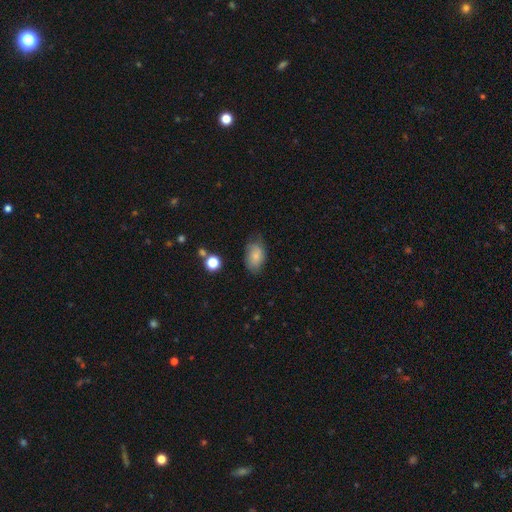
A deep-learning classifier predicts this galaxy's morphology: This appears to be a smooth galaxy with no disk features (76%) that is in between round and cigar-shaped (89%). Merging: none (65%).